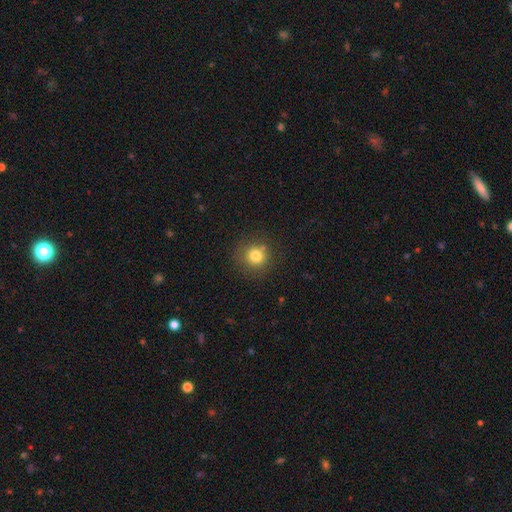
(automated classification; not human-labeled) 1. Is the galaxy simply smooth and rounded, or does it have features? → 79% smooth, 13% star or artifact, 8% featured or disk.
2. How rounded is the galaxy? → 92% round, 7% in between, 1% cigar-shaped.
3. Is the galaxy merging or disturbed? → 82% none, 10% minor disturbance, 5% merger, 4% major disturbance.